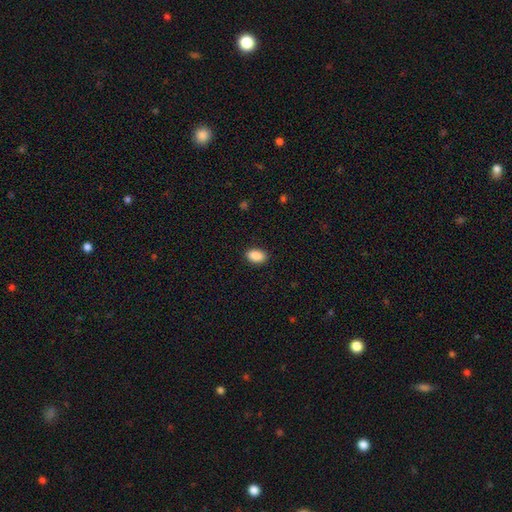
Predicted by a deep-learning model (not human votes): Q: Smooth or featured?
A: smooth (90%); runner-up: star or artifact (7%)
Q: How rounded?
A: in between (91%); runner-up: round (7%)
Q: Merging?
A: none (88%); runner-up: minor disturbance (8%)